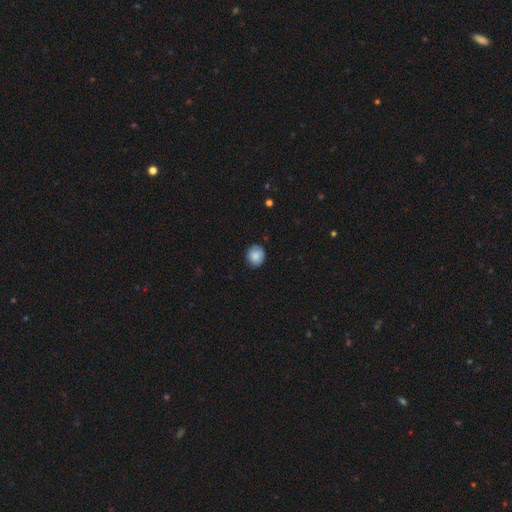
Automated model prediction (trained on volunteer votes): Smooth or featured? smooth (85%)
How rounded? round (80%)
Merging? none (84%)